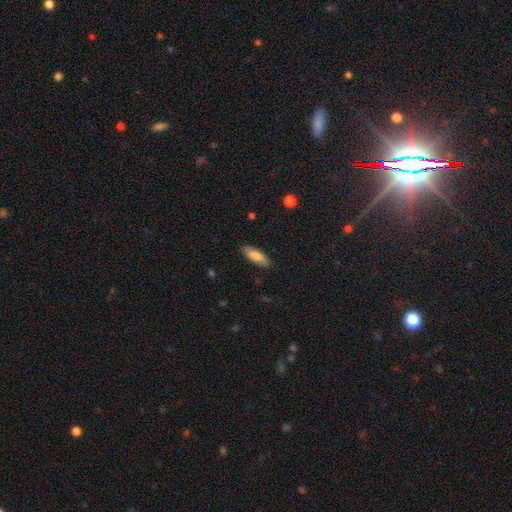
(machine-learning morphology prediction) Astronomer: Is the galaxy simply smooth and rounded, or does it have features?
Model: smooth — 80%.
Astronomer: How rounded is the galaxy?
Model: in between — 72%.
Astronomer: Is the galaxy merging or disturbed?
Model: none — 86%.